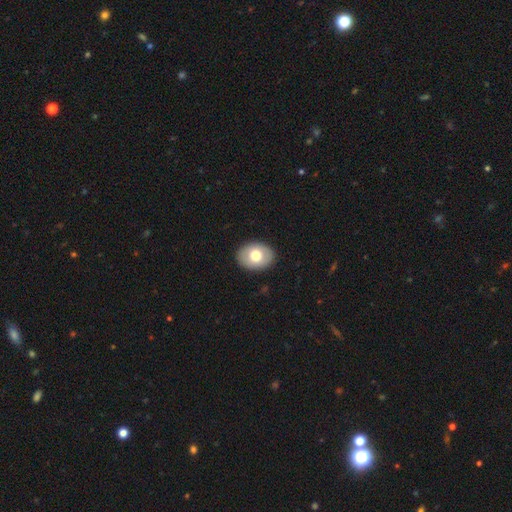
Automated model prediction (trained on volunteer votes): smooth 71%, featured or disk 22%, star or artifact 6%. Down the decision tree: how rounded — in between (67%); merging — none (90%).